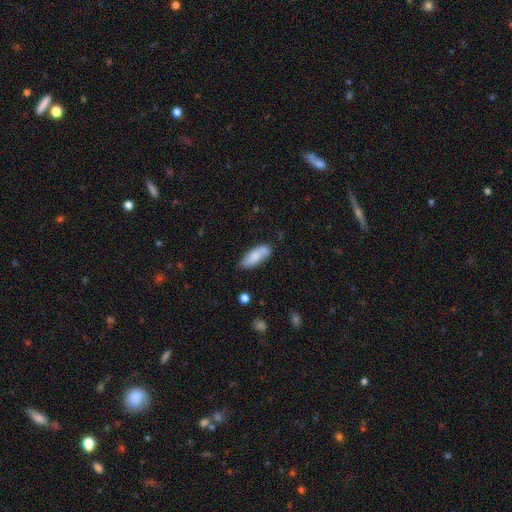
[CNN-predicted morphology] Overall: smooth (75%). How rounded: in between (73%). Merging: none (65%).